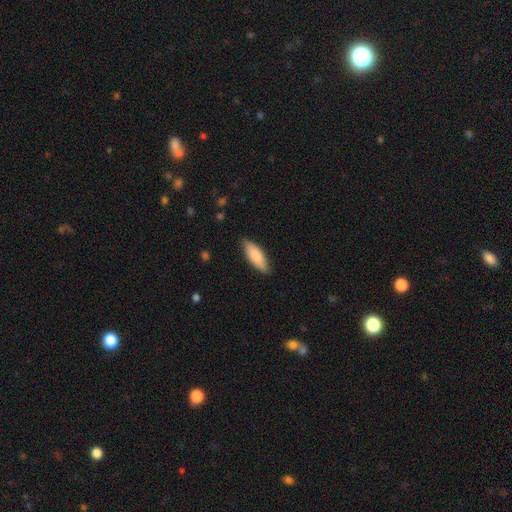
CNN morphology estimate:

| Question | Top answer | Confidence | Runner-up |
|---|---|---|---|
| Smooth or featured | smooth | 83% | featured or disk (12%) |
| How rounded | in between | 61% | cigar-shaped (38%) |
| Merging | none | 84% | minor disturbance (12%) |